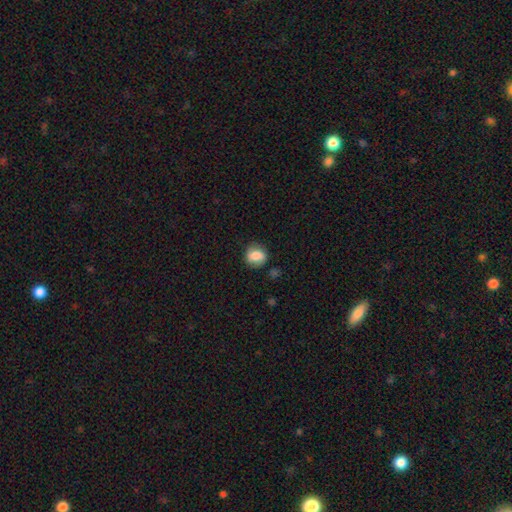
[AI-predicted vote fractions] Q: Smooth or featured?
A: smooth (79%); runner-up: featured or disk (13%)
Q: How rounded?
A: round (63%); runner-up: in between (35%)
Q: Merging?
A: none (74%); runner-up: minor disturbance (19%)